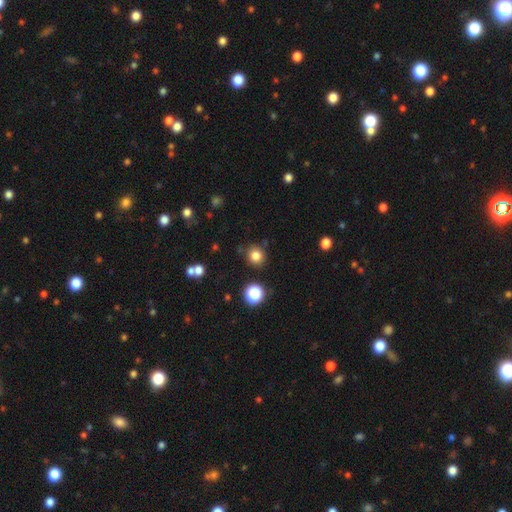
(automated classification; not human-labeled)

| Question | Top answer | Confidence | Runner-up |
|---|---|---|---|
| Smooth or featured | smooth | 81% | star or artifact (14%) |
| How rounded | round | 90% | in between (9%) |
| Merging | none | 85% | minor disturbance (9%) |